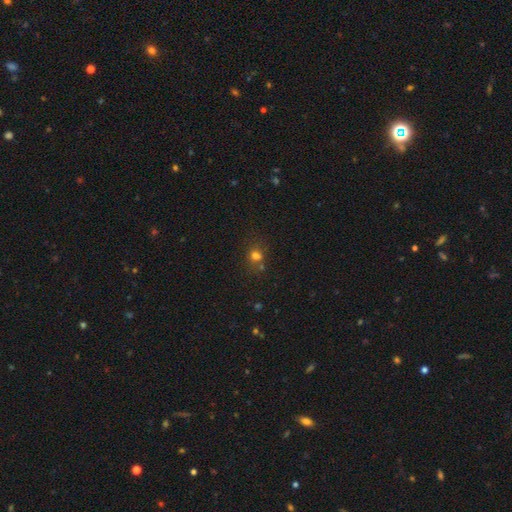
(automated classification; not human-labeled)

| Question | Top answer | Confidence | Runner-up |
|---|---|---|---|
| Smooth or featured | smooth | 69% | star or artifact (21%) |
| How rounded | round | 66% | in between (33%) |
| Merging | none | 59% | merger (22%) |